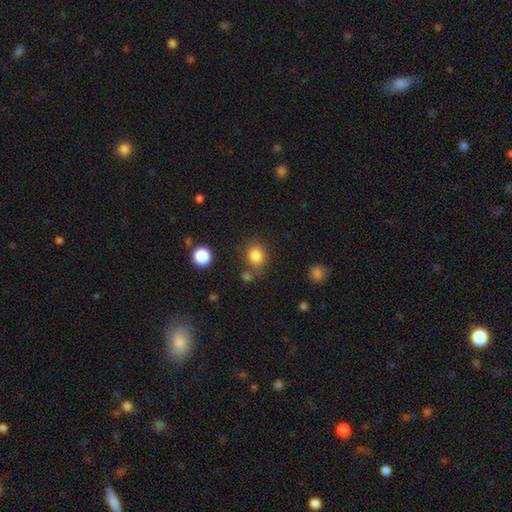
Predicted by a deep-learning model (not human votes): Smooth or featured? Predicted: smooth (p=0.83). How rounded? Predicted: round (p=0.74). Merging? Predicted: none (p=0.72).